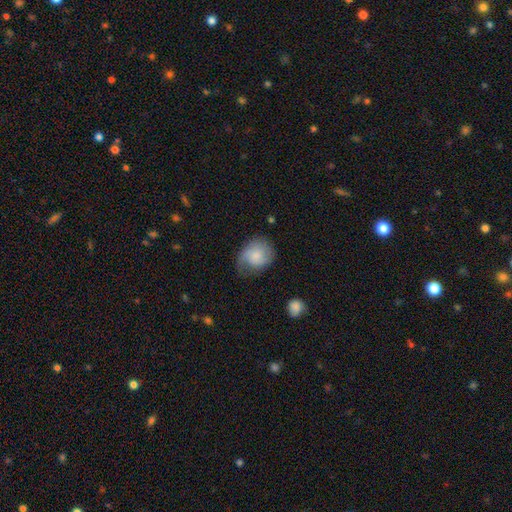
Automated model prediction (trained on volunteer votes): smooth-or-featured: smooth: 66% | featured or disk: 27% | star or artifact: 7%
  how-rounded: round: 60% | in between: 39% | cigar-shaped: 1%
  merging: none: 47% | minor disturbance: 33% | major disturbance: 18% | merger: 2%